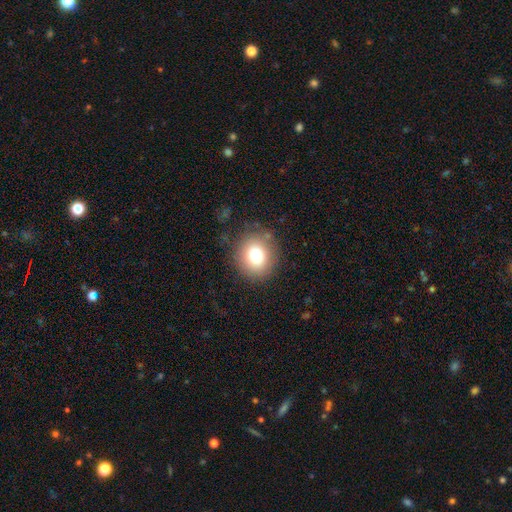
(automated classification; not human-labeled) smooth-or-featured: smooth: 82% | star or artifact: 10% | featured or disk: 9%
  how-rounded: round: 78% | in between: 21% | cigar-shaped: 1%
  merging: none: 82% | minor disturbance: 12% | major disturbance: 5% | merger: 2%